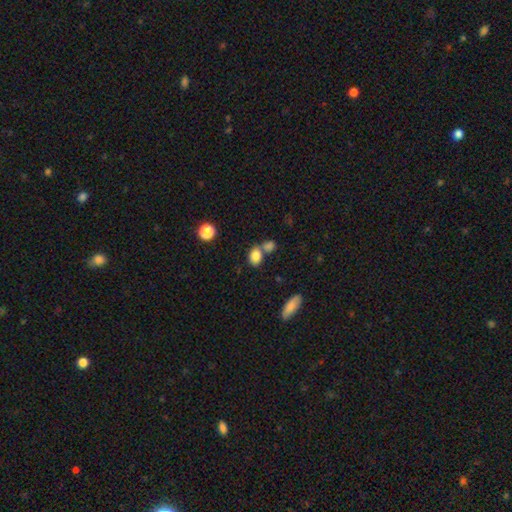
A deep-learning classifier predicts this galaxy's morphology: This is clearly a smooth galaxy (83%). How rounded: likely in between (66%). Merging: possibly none (47%).